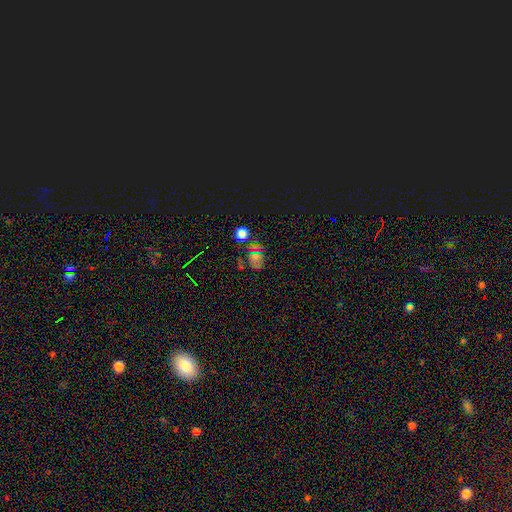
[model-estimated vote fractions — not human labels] Overall: smooth (45%; star or artifact 38%). Merging: none (61%).